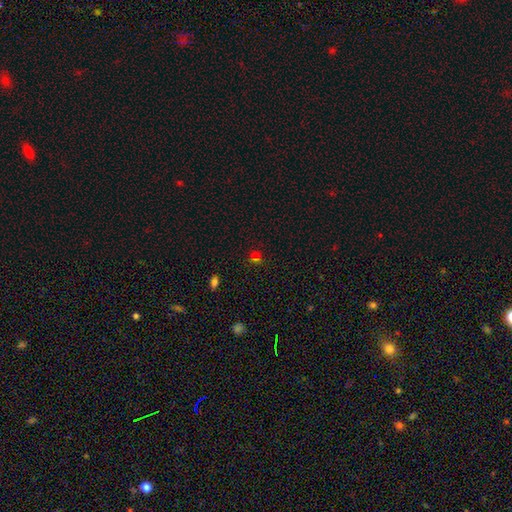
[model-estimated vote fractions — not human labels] This is possibly a smooth galaxy (53%). How rounded: clearly round (82%). Merging: likely none (64%).